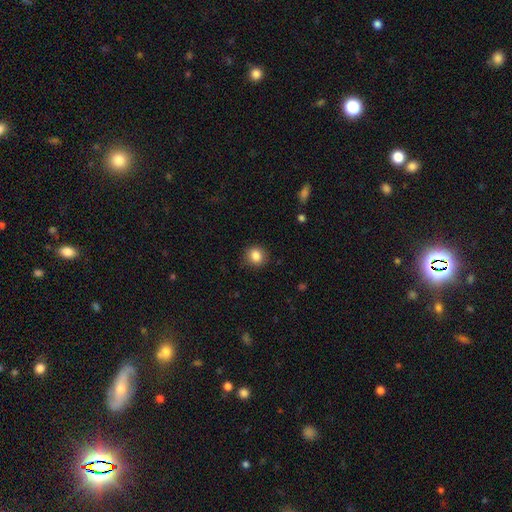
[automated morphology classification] smooth-or-featured: smooth: 86% | star or artifact: 10% | featured or disk: 5%
  how-rounded: round: 86% | in between: 13% | cigar-shaped: 1%
  merging: none: 89% | minor disturbance: 8% | major disturbance: 2% | merger: 1%